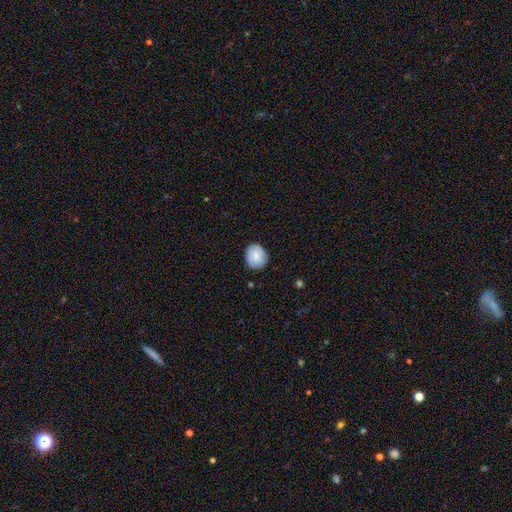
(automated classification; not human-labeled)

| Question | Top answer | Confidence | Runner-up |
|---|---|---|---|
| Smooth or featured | smooth | 81% | featured or disk (12%) |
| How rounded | round | 76% | in between (23%) |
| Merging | none | 82% | minor disturbance (14%) |